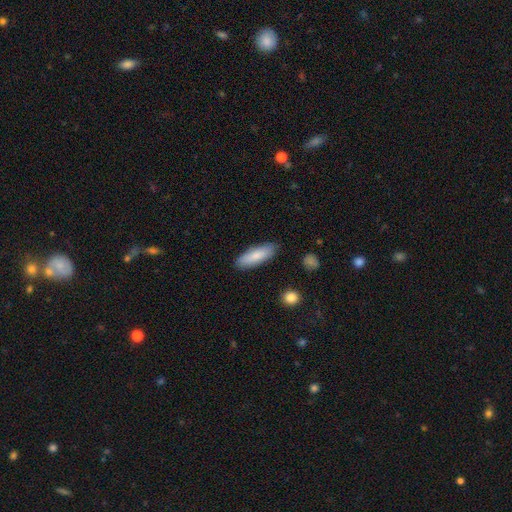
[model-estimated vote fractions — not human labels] A smooth galaxy with no disk features (84%) that is in between round and cigar-shaped (52%).

Vote fractions:
- Smooth or featured? smooth: 84% / featured or disk: 11% / star or artifact: 6%
- How rounded? in between: 52% / cigar-shaped: 47% / round: 2%
- Merging? none: 86% / minor disturbance: 11% / major disturbance: 2% / merger: 2%